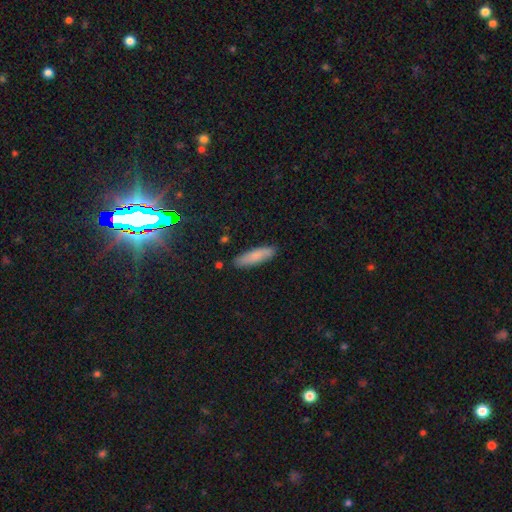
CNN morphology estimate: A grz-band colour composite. It shows a smooth galaxy with no disk features (78%) that is cigar-shaped (65%). Merging: none (87%).